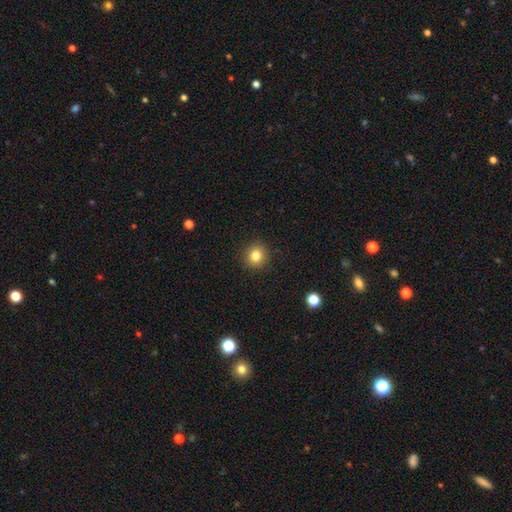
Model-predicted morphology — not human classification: This appears to be a smooth galaxy with no disk features (82%) that is round (89%). Merging: none (91%).